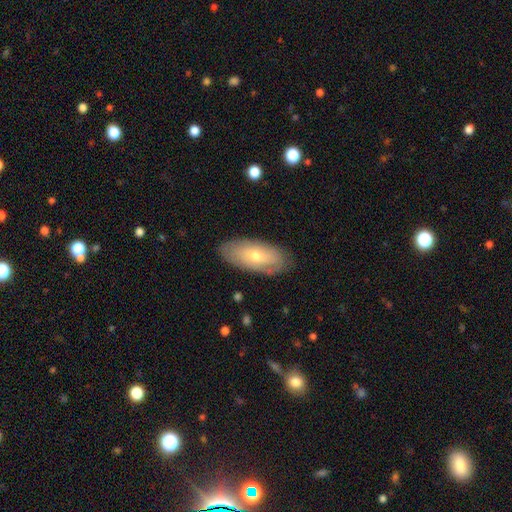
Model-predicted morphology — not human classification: Smooth or featured? Predicted: smooth (p=0.55). How rounded? Predicted: in between (p=0.86). Merging? Predicted: none (p=0.84).